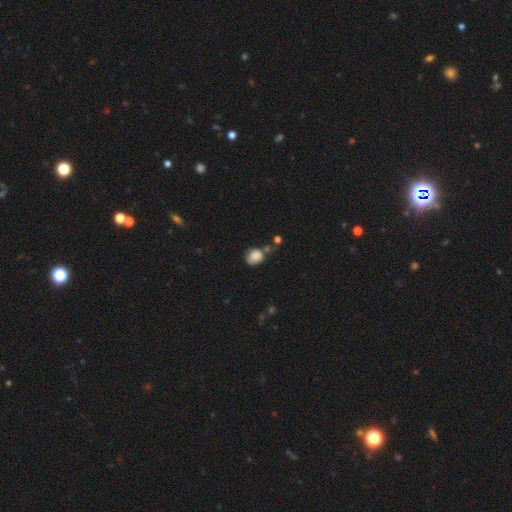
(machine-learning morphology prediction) A smooth galaxy with no disk features (81%) that is round (58%). Merging: none (43%).